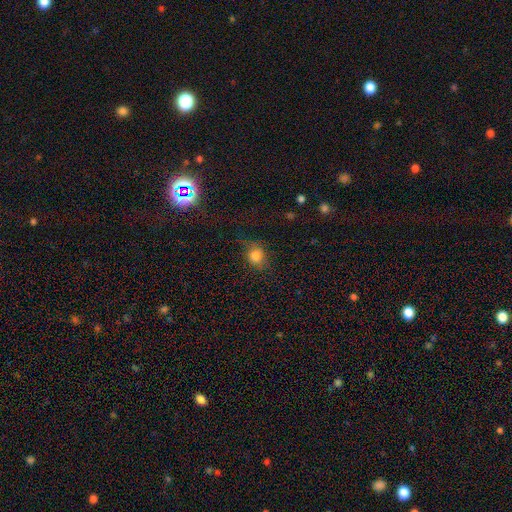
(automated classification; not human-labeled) This is likely a smooth galaxy (78%). How rounded: likely round (64%). Merging: likely none (66%).